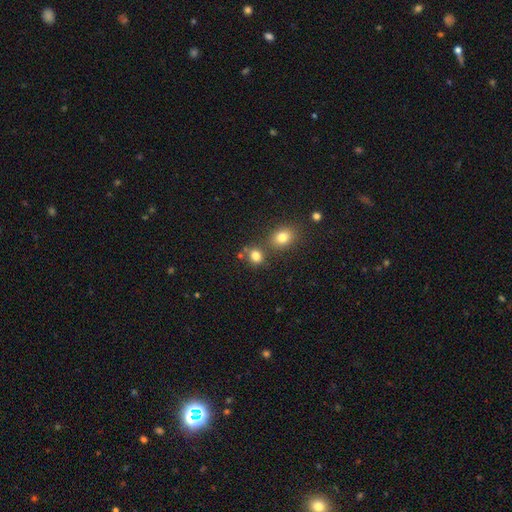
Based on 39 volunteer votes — This appears to be a smooth galaxy with no disk features (95%) that is round (76%). Merging: none (74%).